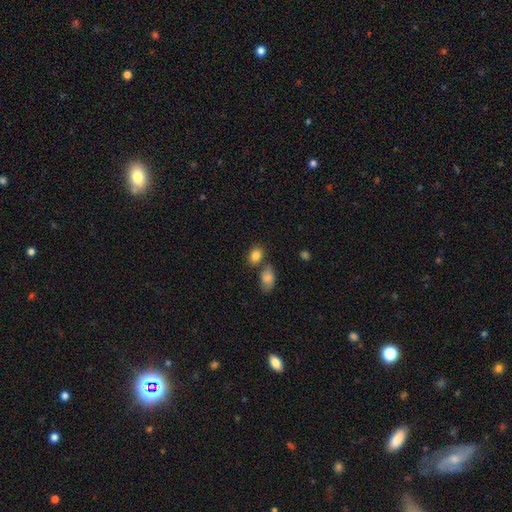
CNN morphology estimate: The model was most divided on "merging": none: 63%, merger: 21%, minor disturbance: 13%, major disturbance: 4%. More confident: smooth or featured — smooth (84%); how rounded — in between (71%).